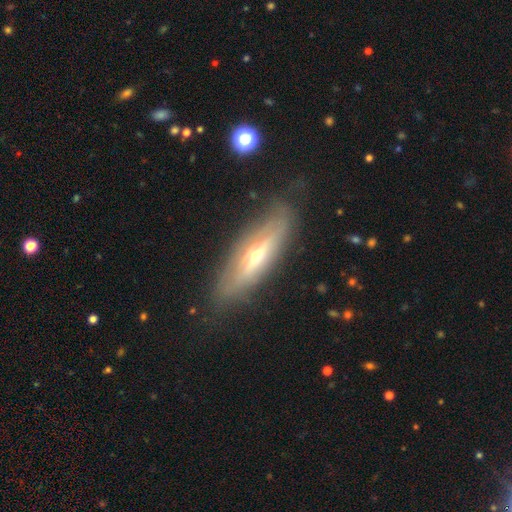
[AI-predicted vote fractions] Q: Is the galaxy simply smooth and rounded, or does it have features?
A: featured or disk — 67%.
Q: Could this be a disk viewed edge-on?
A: yes — 72%.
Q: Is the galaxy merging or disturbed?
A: none — 75%.